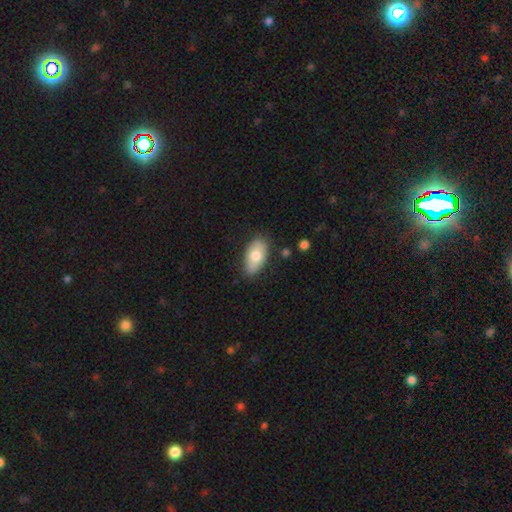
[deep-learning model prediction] Smooth or featured?
  - smooth: 73% *
  - featured or disk: 21%
  - star or artifact: 6%
How rounded?
  - in between: 93% *
  - round: 4%
  - cigar-shaped: 3%
Merging?
  - none: 78% *
  - minor disturbance: 17%
  - major disturbance: 3%
  - merger: 2%